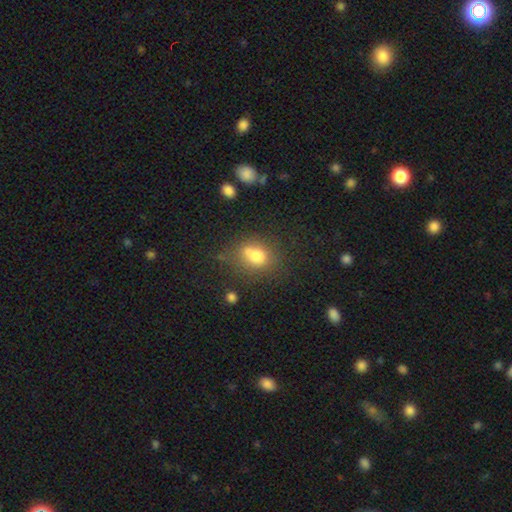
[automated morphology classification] Smooth or featured?
  - smooth: 74% *
  - featured or disk: 14%
  - star or artifact: 13%
How rounded?
  - in between: 54% *
  - round: 44%
  - cigar-shaped: 2%
Merging?
  - none: 48% *
  - merger: 23%
  - minor disturbance: 20%
  - major disturbance: 9%